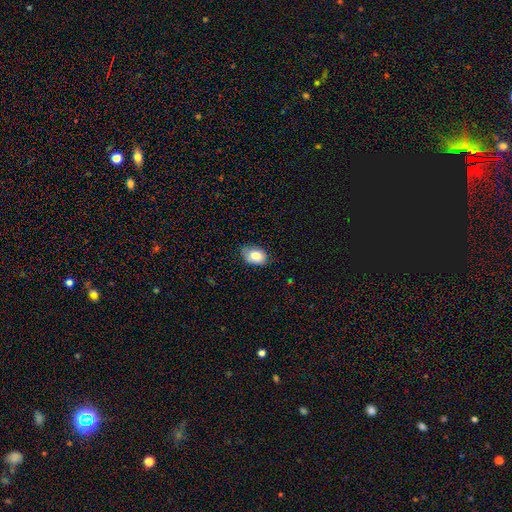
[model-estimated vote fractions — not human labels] Q: Smooth or featured?
A: smooth (80%); runner-up: featured or disk (12%)
Q: How rounded?
A: in between (78%); runner-up: round (21%)
Q: Merging?
A: none (70%); runner-up: minor disturbance (25%)